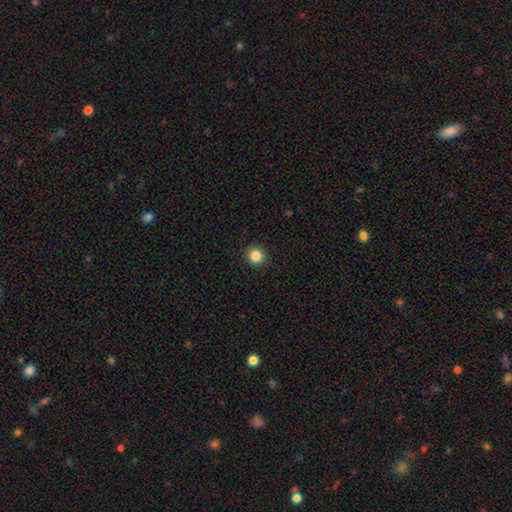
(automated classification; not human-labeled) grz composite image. It shows a smooth galaxy with no disk features (85%) that is round (92%). Merging: none (92%).